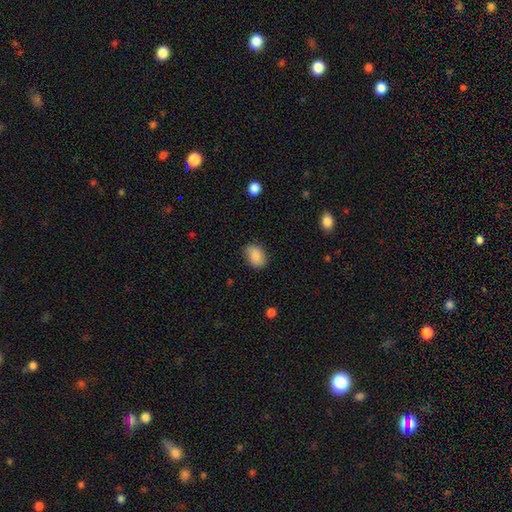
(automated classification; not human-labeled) Q: Smooth or featured?
A: smooth (85%); runner-up: star or artifact (7%)
Q: How rounded?
A: in between (70%); runner-up: round (29%)
Q: Merging?
A: none (79%); runner-up: minor disturbance (16%)